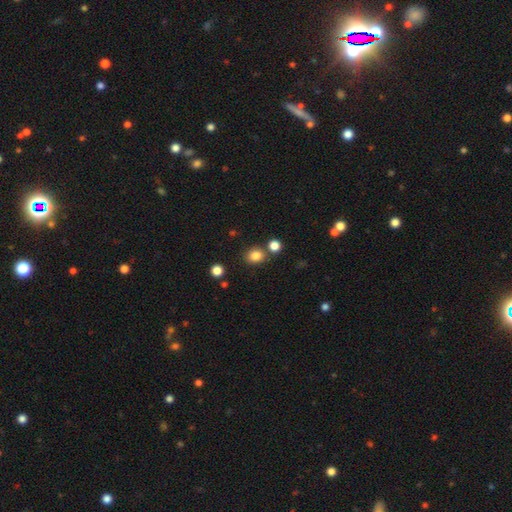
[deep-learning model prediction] Smooth or featured? smooth (83%)
How rounded? round (69%)
Merging? none (76%)